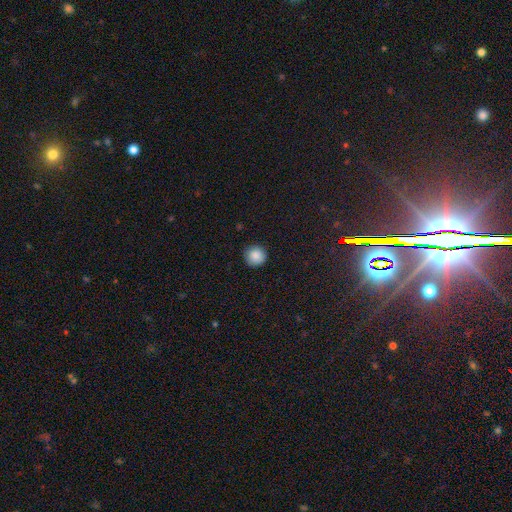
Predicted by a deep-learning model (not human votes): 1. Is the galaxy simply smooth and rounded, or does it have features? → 87% smooth, 9% star or artifact, 4% featured or disk.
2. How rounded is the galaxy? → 95% round, 4% in between, 1% cigar-shaped.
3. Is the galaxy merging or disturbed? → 91% none, 7% minor disturbance, 2% major disturbance, 1% merger.